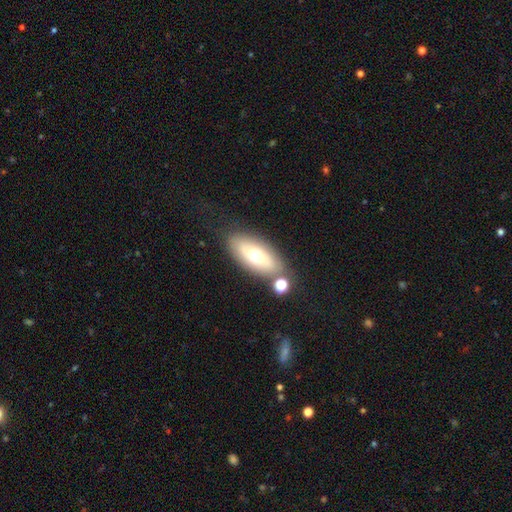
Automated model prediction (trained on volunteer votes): Q: Smooth or featured?
A: smooth (59%); runner-up: featured or disk (33%)
Q: How rounded?
A: in between (84%); runner-up: cigar-shaped (12%)
Q: Merging?
A: none (72%); runner-up: minor disturbance (13%)